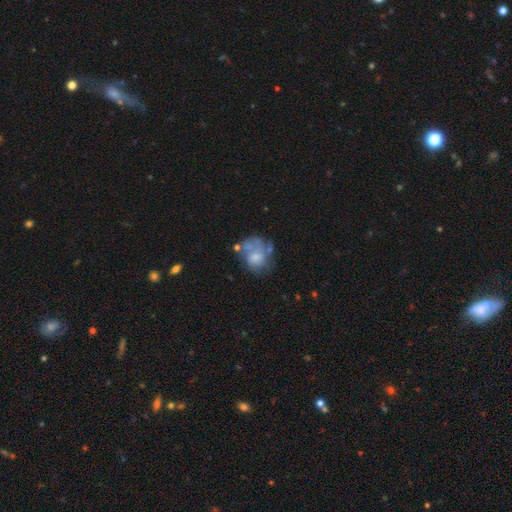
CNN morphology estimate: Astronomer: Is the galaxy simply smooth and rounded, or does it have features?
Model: featured or disk — 47% (runner-up: smooth, 44%).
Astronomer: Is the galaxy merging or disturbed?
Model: none — 38% (runner-up: major disturbance, 24%).